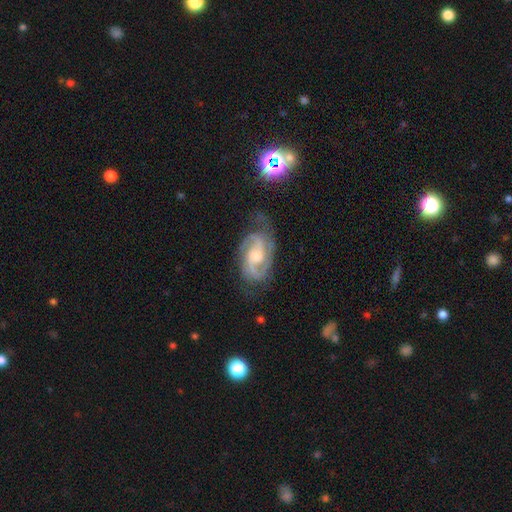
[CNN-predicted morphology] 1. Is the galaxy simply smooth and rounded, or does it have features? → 89% featured or disk, 5% smooth, 5% star or artifact.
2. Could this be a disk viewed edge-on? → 97% no, 3% yes.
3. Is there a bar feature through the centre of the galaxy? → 48% no, 41% weak, 11% strong.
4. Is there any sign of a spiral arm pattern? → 98% yes, 2% no.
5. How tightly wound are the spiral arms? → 50% medium, 40% tight, 10% loose.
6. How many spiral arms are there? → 70% 2, 16% 3, 7% can't tell, 3% 4, 2% 1, 2% more than 4.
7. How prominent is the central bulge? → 61% moderate, 28% small, 7% large, 3% none, 1% dominant.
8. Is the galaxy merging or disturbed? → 69% none, 20% minor disturbance, 9% major disturbance, 2% merger.